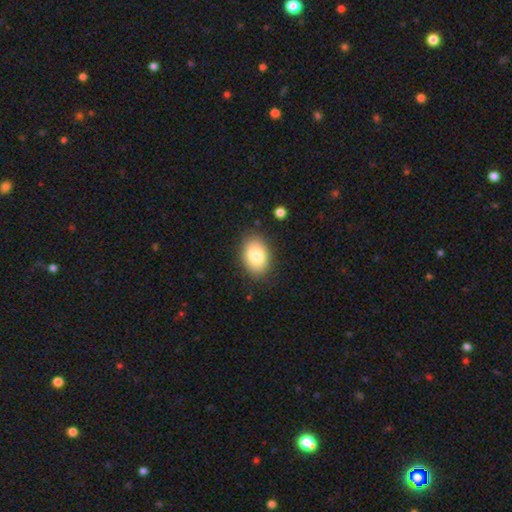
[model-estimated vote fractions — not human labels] Smooth or featured? Predicted: smooth (p=0.83). How rounded? Predicted: in between (p=0.84). Merging? Predicted: none (p=0.84).